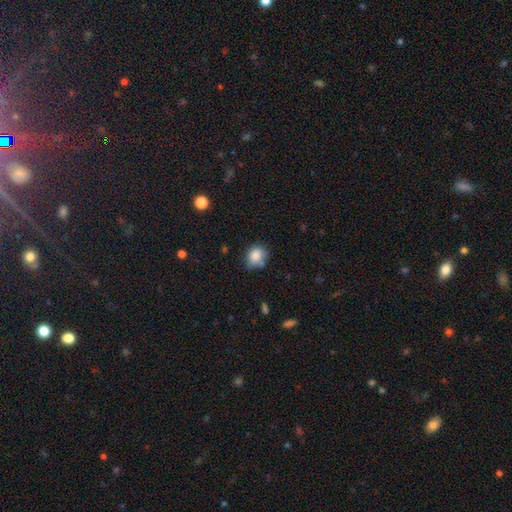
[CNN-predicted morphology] smooth_or_featured: smooth (p=0.84) [alt: star or artifact p=0.09]
how_rounded: round (p=0.63) [alt: in between p=0.36]
merging: none (p=0.59) [alt: minor disturbance p=0.26]